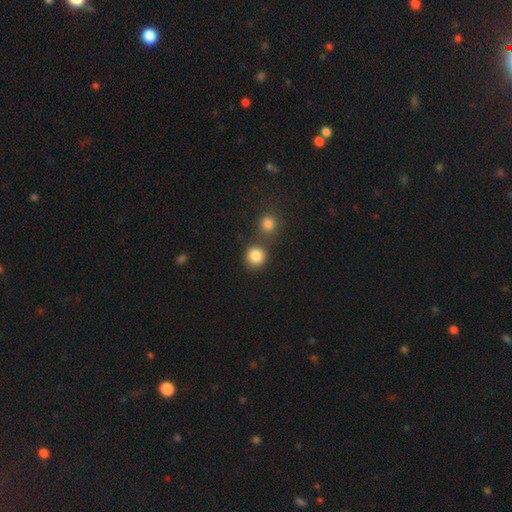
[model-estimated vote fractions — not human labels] This appears to be a smooth galaxy with no disk features (85%) that is round (87%). Merging: none (70%).